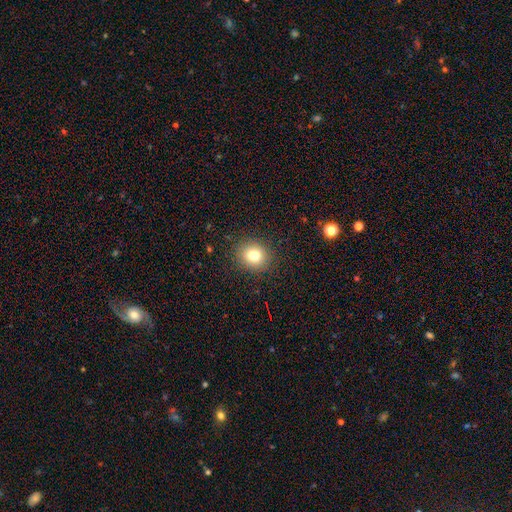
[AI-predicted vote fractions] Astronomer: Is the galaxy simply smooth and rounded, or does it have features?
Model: smooth — 79%.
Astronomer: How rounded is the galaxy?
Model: round — 67%.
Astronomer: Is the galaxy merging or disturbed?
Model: none — 85%.